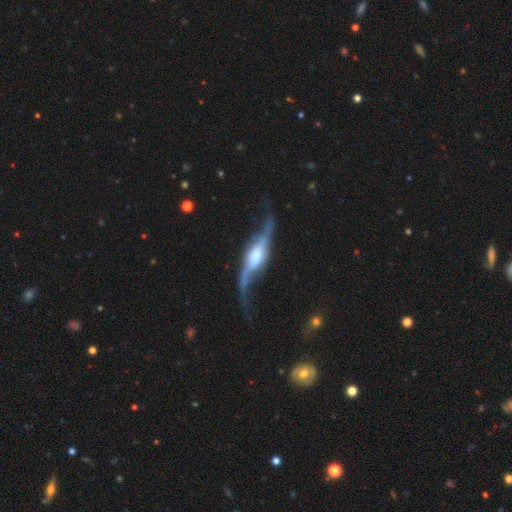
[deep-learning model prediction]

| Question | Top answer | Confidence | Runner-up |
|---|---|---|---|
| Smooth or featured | featured or disk | 87% | smooth (8%) |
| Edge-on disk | no | 64% | yes (36%) |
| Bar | no | 36% | strong (33%) |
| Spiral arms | yes | 93% | no (7%) |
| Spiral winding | loose | 89% | medium (8%) |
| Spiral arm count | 2 | 92% | 1 (2%) |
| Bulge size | moderate | 40% | small (24%) |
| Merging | none | 58% | minor disturbance (20%) |